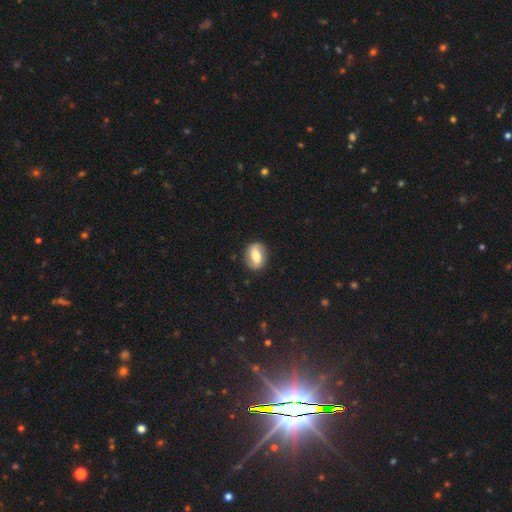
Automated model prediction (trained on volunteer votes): Smooth or featured: featured or disk — 58% (smooth — 35%)
Edge-on disk: no — 95% (yes — 5%)
Bar: weak — 36% (tied with strong — 36%)
Spiral arms: yes — 80% (no — 20%)
Bulge size: moderate — 66% (small — 16%)
Merging: none — 85% (minor disturbance — 10%)